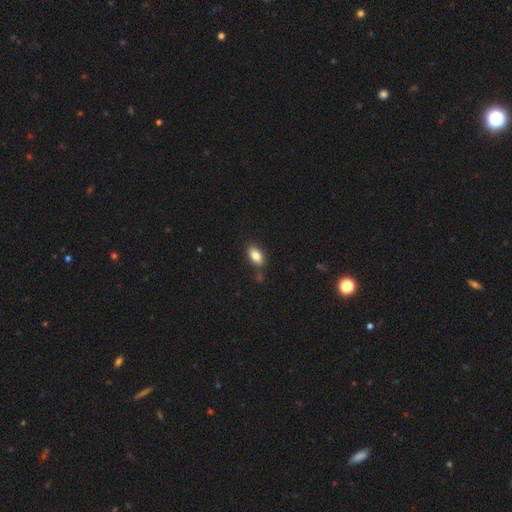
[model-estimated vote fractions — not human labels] Smooth or featured? Predicted: smooth (p=0.81). How rounded? Predicted: in between (p=0.89). Merging? Predicted: none (p=0.75).